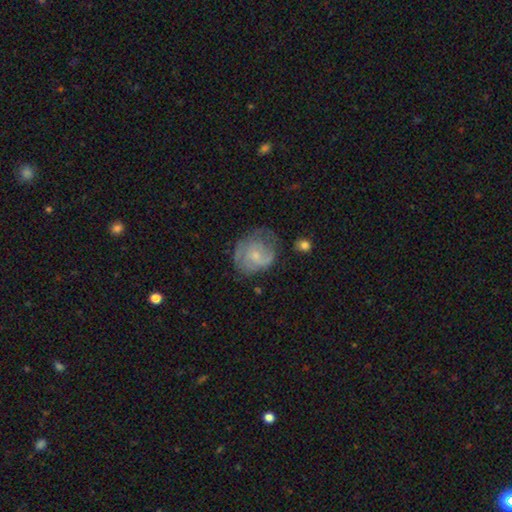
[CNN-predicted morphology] type=featured or disk (61%); edge-on=no (98%); bar=no (67%); spiral arms=yes (79%); bulge=small (61%); merging=none (53%).